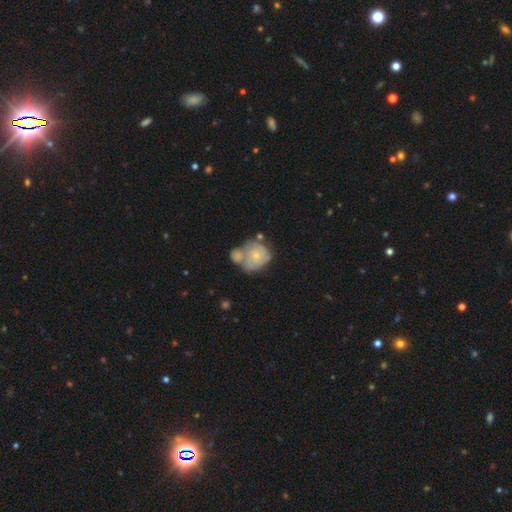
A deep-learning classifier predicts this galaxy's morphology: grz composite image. It shows a featured or disk galaxy (51%) with no bar (85%), spiral arms (62%) and a small central bulge (62%). Merging: merger (51%).